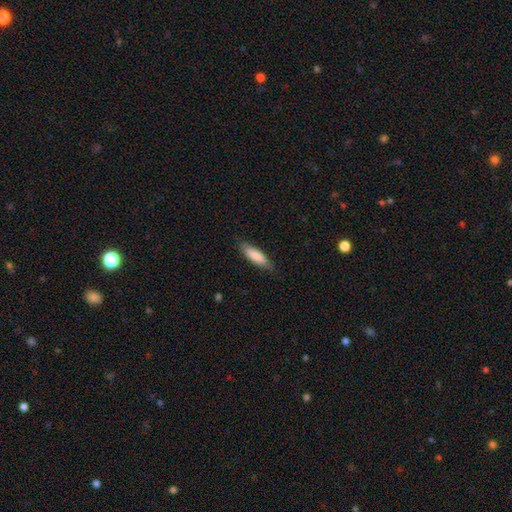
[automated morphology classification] This is clearly a smooth galaxy (83%). How rounded: possibly cigar-shaped (56%). Merging: clearly none (82%).